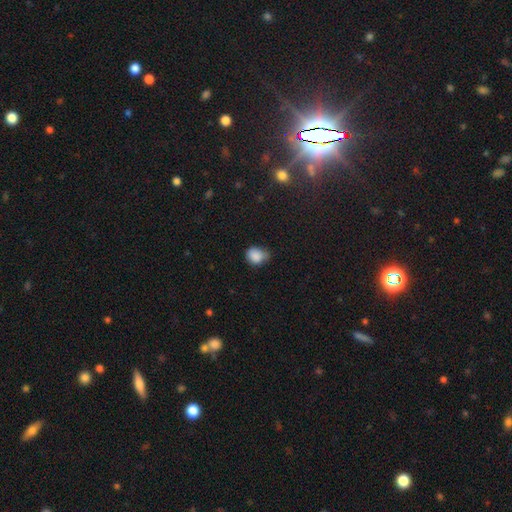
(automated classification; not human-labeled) Smooth or featured? smooth (85%)
How rounded? round (51%)
Merging? none (51%)